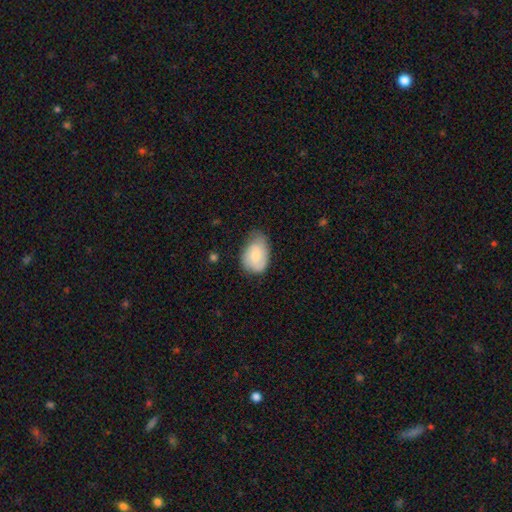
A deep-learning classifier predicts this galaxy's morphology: Q: Smooth or featured?
A: smooth (69%); runner-up: featured or disk (25%)
Q: How rounded?
A: in between (81%); runner-up: round (18%)
Q: Merging?
A: none (51%); runner-up: minor disturbance (39%)